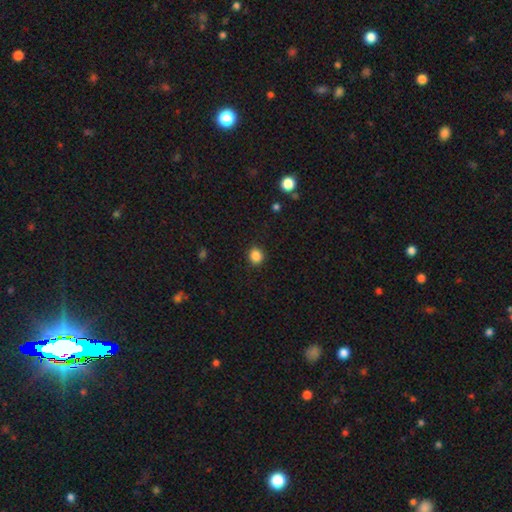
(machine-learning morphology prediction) Q: Smooth or featured?
A: smooth (86%); runner-up: star or artifact (11%)
Q: How rounded?
A: round (80%); runner-up: in between (19%)
Q: Merging?
A: none (90%); runner-up: minor disturbance (7%)